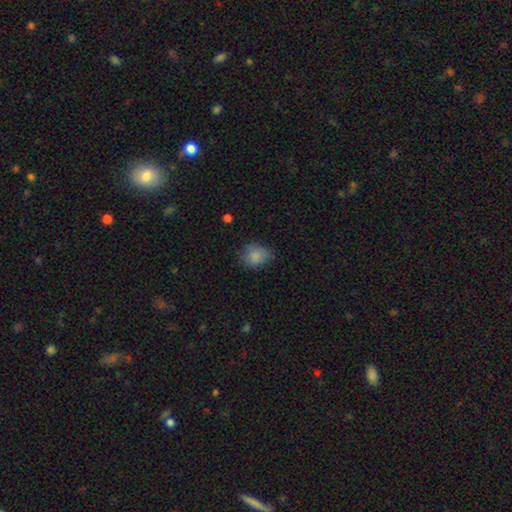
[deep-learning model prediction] This appears to be a smooth galaxy with no disk features (84%) that is round (57%). Merging: none (69%).